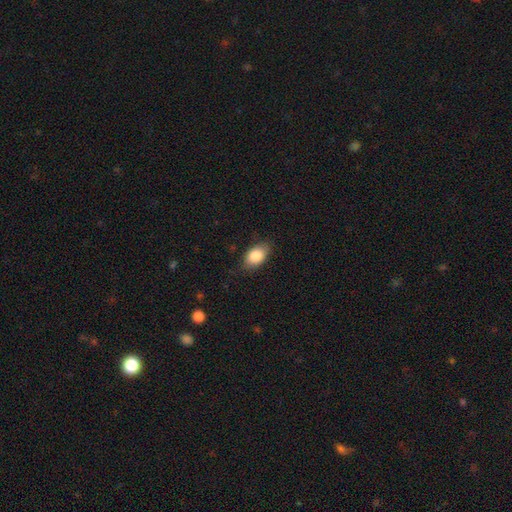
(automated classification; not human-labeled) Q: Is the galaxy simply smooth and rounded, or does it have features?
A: smooth — 84%.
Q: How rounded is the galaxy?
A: in between — 88%.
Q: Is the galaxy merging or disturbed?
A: none — 77%.